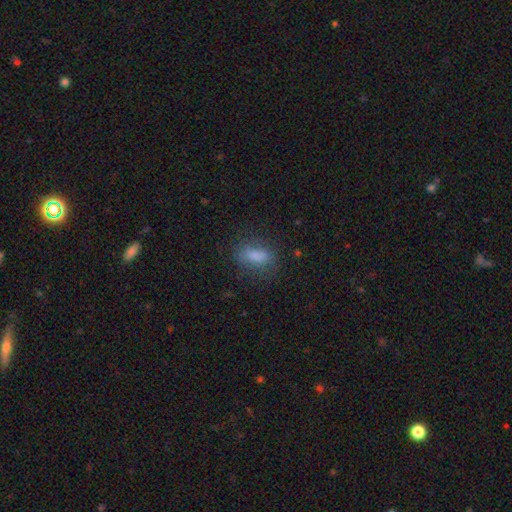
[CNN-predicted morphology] smooth_or_featured: smooth (p=0.76) [alt: featured or disk p=0.12]
how_rounded: in between (p=0.72) [alt: cigar-shaped p=0.21]
merging: none (p=0.73) [alt: minor disturbance p=0.17]